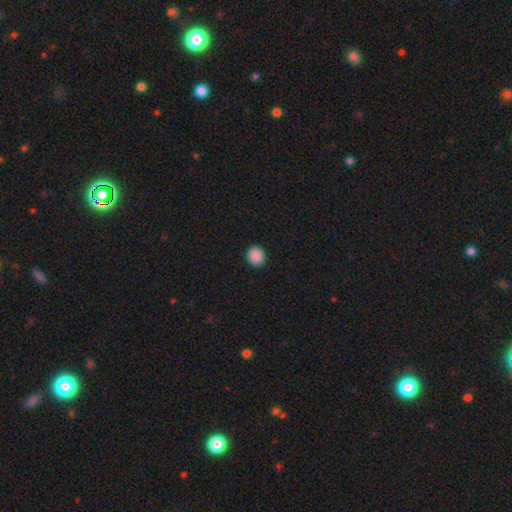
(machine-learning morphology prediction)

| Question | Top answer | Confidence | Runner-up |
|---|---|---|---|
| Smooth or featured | smooth | 89% | star or artifact (9%) |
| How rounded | round | 90% | in between (9%) |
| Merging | none | 93% | minor disturbance (5%) |